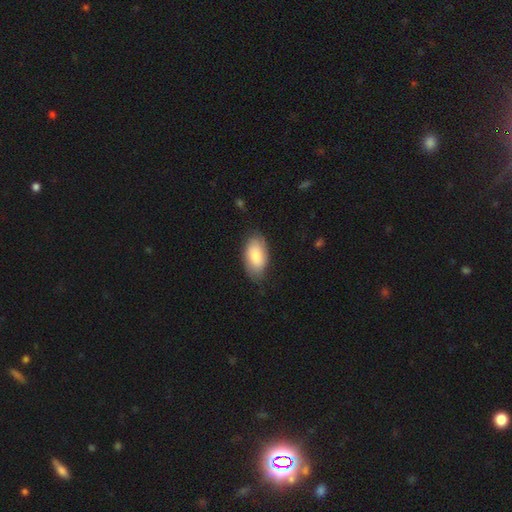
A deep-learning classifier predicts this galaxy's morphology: type=smooth (76%); roundness=in between (94%); merging=none (73%).